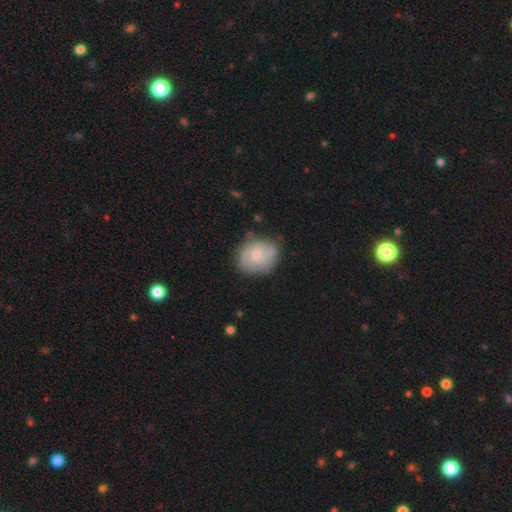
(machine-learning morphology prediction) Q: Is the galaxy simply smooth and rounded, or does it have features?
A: featured or disk — 51%.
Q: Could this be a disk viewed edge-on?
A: no — 97%.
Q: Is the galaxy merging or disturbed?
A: none — 67%.